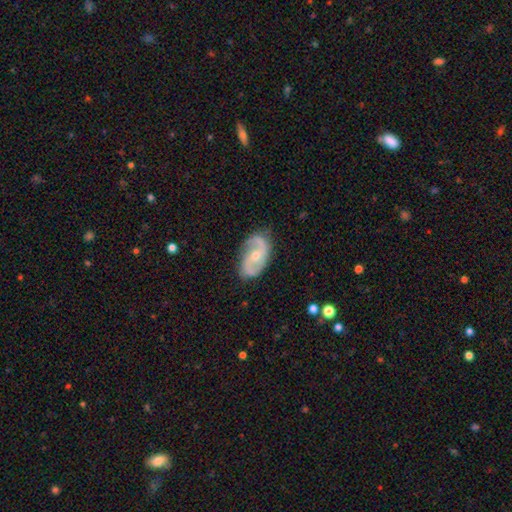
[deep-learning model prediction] smooth_or_featured: featured or disk (p=0.82) [alt: smooth p=0.12]
disk_edge_on: no (p=0.96) [alt: yes p=0.04]
bar: no (p=0.55) [alt: weak p=0.34]
has_spiral_arms: yes (p=0.94) [alt: no p=0.06]
spiral_winding: medium (p=0.45) [alt: loose p=0.37]
spiral_arm_count: 2 (p=0.88) [alt: can't tell p=0.05]
bulge_size: small (p=0.50) [alt: moderate p=0.47]
merging: none (p=0.74) [alt: minor disturbance p=0.19]